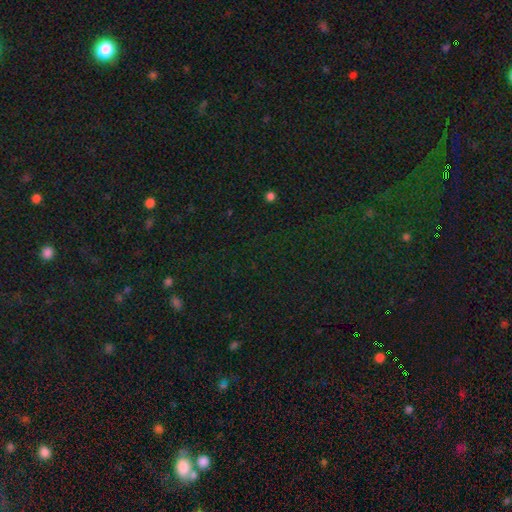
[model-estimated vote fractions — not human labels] smooth_or_featured: star or artifact (p=0.76) [alt: smooth p=0.16]